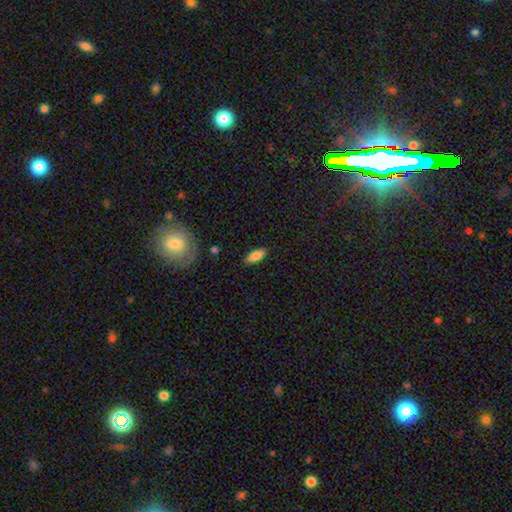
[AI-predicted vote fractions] Smooth or featured?
  - smooth: 84% *
  - featured or disk: 9%
  - star or artifact: 7%
How rounded?
  - in between: 83% *
  - cigar-shaped: 15%
  - round: 2%
Merging?
  - none: 85% *
  - minor disturbance: 12%
  - major disturbance: 2%
  - merger: 1%